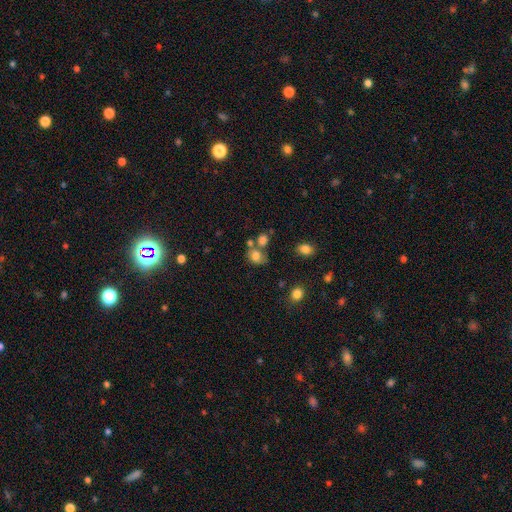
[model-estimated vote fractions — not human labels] This is likely a smooth galaxy (74%). How rounded: possibly in between (51%). Merging: marginally none (41%).